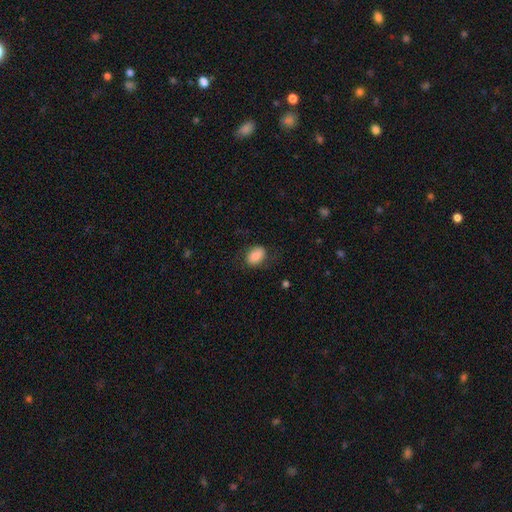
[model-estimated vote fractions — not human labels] Smooth or featured? Predicted: smooth (p=0.81). How rounded? Predicted: in between (p=0.82). Merging? Predicted: none (p=0.71).